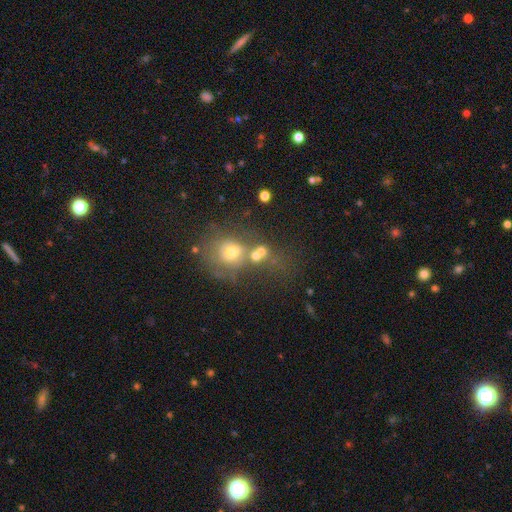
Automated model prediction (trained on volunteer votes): A smooth galaxy with no disk features (58%) that is round (74%). Merging: merger (44%).